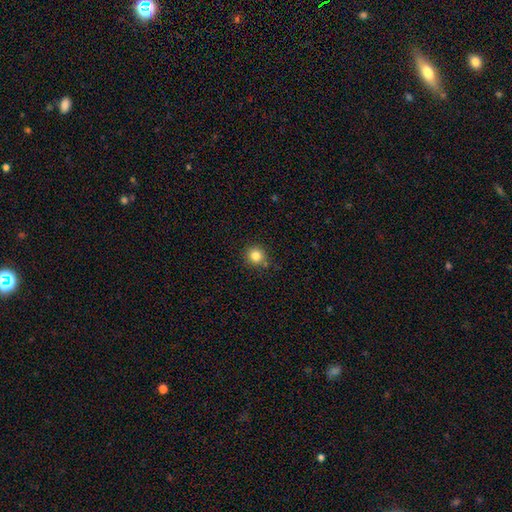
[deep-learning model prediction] This is clearly a smooth galaxy (83%). How rounded: clearly round (93%). Merging: clearly none (84%).